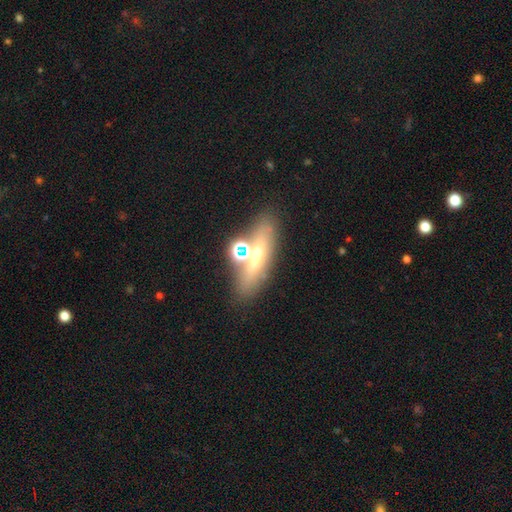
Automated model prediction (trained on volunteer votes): This is possibly a smooth galaxy (47%). Merging: likely none (71%).